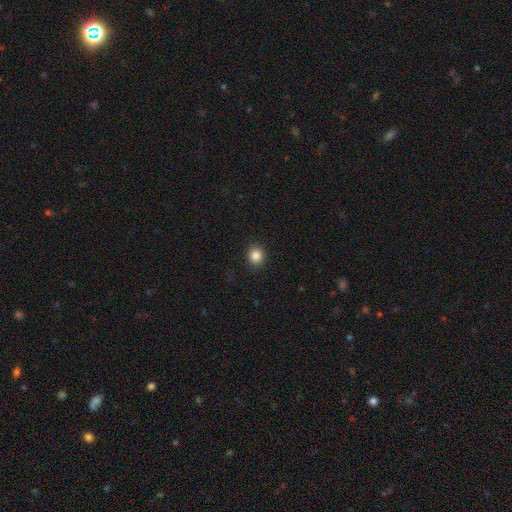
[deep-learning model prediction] Smooth or featured: smooth — 85% (star or artifact — 11%)
How rounded: round — 84% (in between — 15%)
Merging: none — 91% (minor disturbance — 6%)